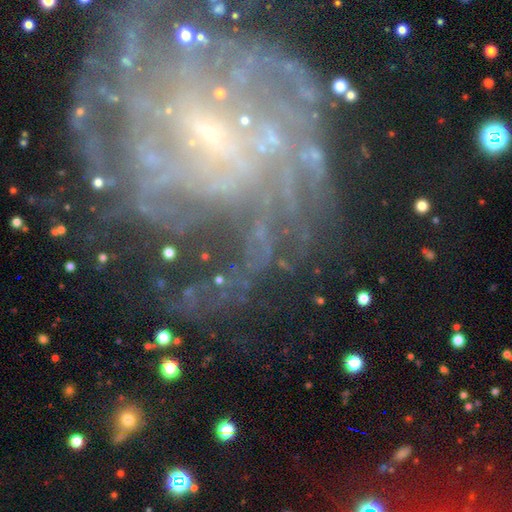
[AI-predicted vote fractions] A featured or disk galaxy (82%) with a weak bar (44%), tight (41%) spiral arms (89%) and a small central bulge (66%).

Vote fractions:
- Smooth or featured? featured or disk: 82% / star or artifact: 11% / smooth: 7%
- Edge-on disk? no: 98% / yes: 2%
- Bar? weak: 44% / no: 40% / strong: 17%
- Spiral arms? yes: 89% / no: 11%
- Spiral winding? tight: 41% / medium: 37% / loose: 22%
- Spiral arm count? can't tell: 34% / 2: 16% / 4: 15% / 3: 14% / more than 4: 14% / 1: 9%
- Bulge size? small: 66% / none: 18% / moderate: 13% / large: 2% / dominant: 1%
- Merging? none: 55% / major disturbance: 23% / minor disturbance: 18% / merger: 4%